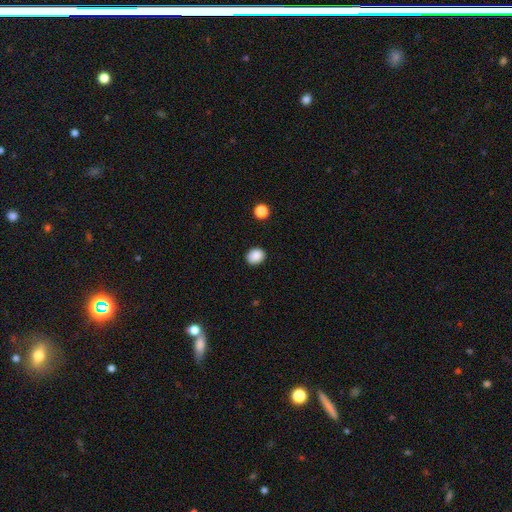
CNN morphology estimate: This is clearly a smooth galaxy (88%). How rounded: possibly round (51%). Merging: clearly none (88%).